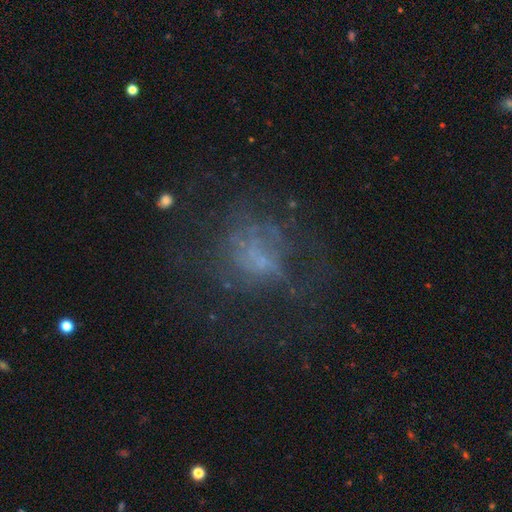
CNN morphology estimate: This appears to be a featured or disk galaxy (47%). Merging: none (51%).